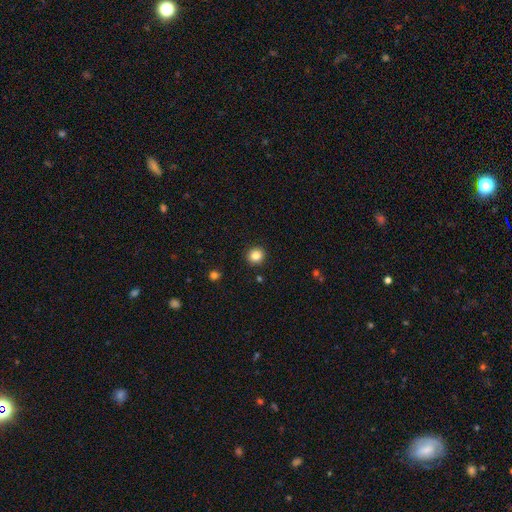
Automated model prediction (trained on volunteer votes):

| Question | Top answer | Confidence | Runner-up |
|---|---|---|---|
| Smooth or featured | smooth | 84% | star or artifact (11%) |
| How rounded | round | 90% | in between (9%) |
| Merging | none | 92% | minor disturbance (5%) |